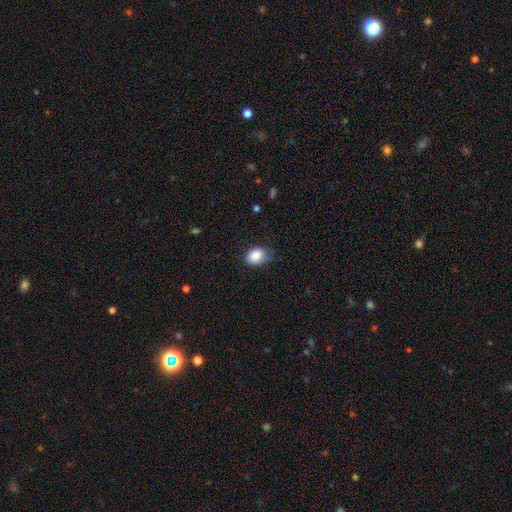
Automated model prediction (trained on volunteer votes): A smooth galaxy with no disk features (86%) that is in between round and cigar-shaped (68%). Merging: none (54%).